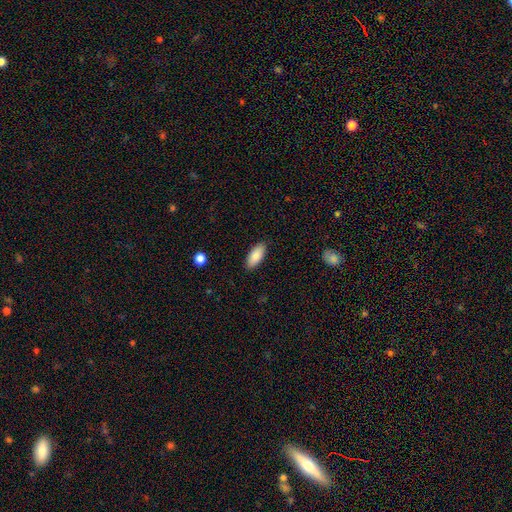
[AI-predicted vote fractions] Smooth or featured: smooth — 86% (featured or disk — 8%)
How rounded: in between — 87% (cigar-shaped — 12%)
Merging: none — 88% (minor disturbance — 9%)